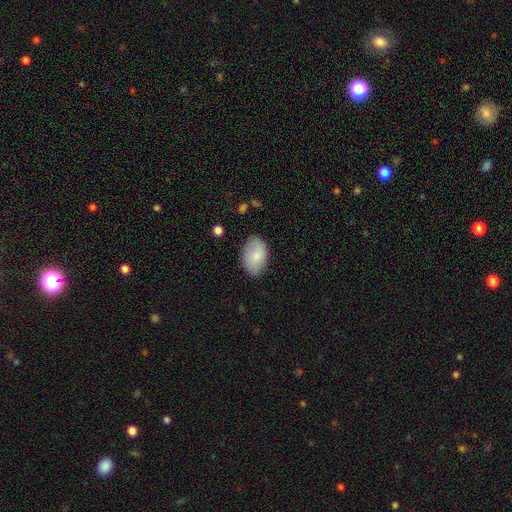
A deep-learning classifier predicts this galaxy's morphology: smooth_or_featured: smooth (p=0.81) [alt: featured or disk p=0.12]
how_rounded: in between (p=0.90) [alt: round p=0.09]
merging: none (p=0.80) [alt: minor disturbance p=0.16]